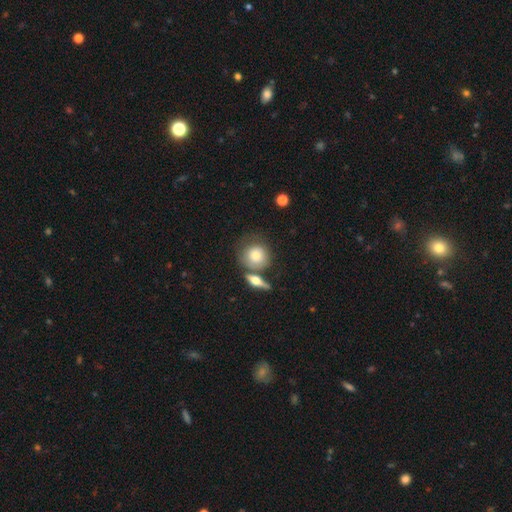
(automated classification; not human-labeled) A smooth galaxy with no disk features (68%) that is round (85%).

Vote fractions:
- Smooth or featured? smooth: 68% / featured or disk: 24% / star or artifact: 8%
- How rounded? round: 85% / in between: 13% / cigar-shaped: 2%
- Merging? none: 54% / merger: 23% / minor disturbance: 15% / major disturbance: 7%